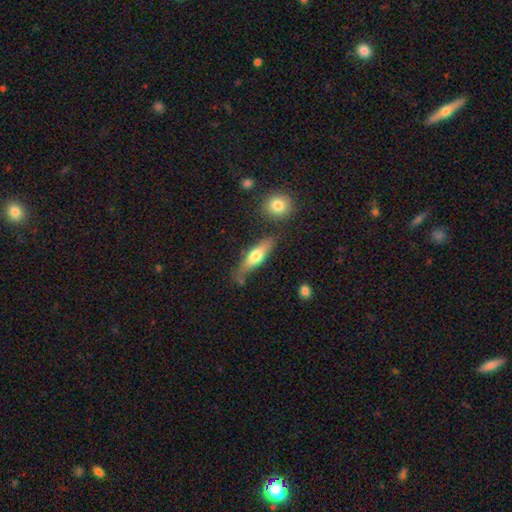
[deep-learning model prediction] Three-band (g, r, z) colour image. It shows a smooth galaxy with no disk features (55%) that is cigar-shaped (59%). Merging: none (67%).